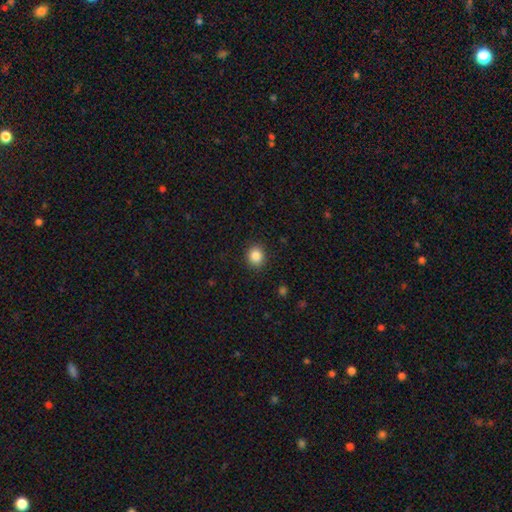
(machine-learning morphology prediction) This appears to be a smooth galaxy with no disk features (86%) that is round (74%). Merging: none (89%).